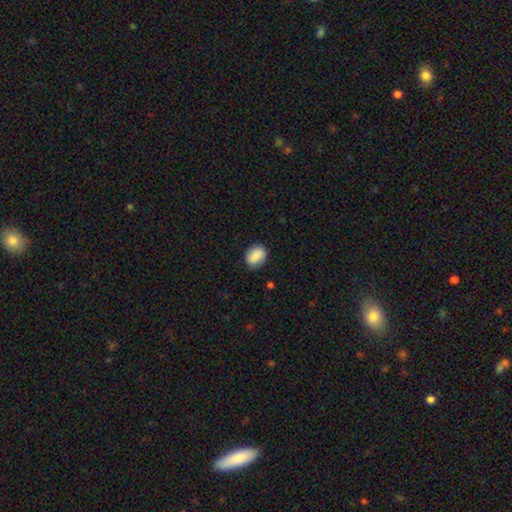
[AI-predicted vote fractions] Smooth or featured? Predicted: smooth (p=0.86). How rounded? Predicted: in between (p=0.65). Merging? Predicted: none (p=0.82).